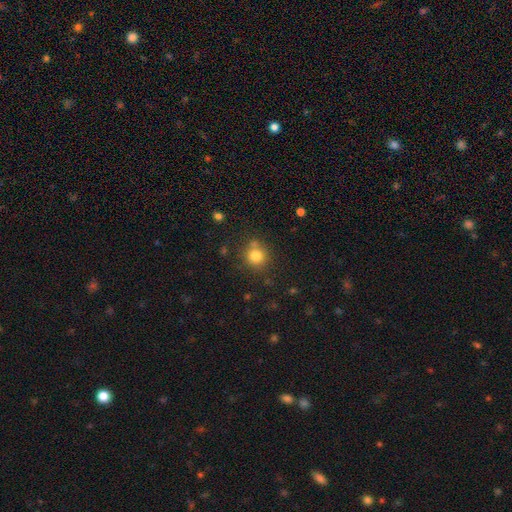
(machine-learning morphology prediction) type=smooth (80%); roundness=round (90%); merging=none (75%).